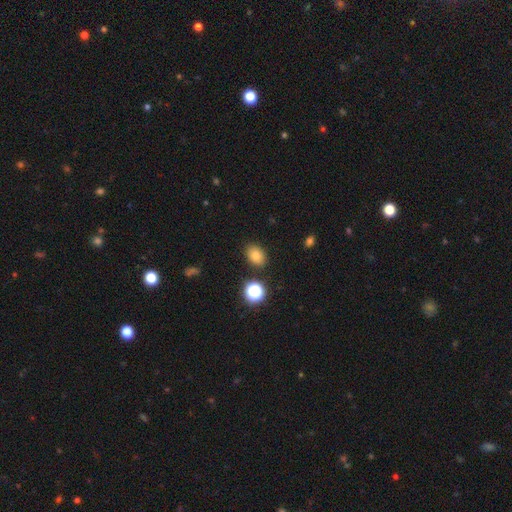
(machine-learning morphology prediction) Q: Smooth or featured?
A: smooth (78%); runner-up: star or artifact (14%)
Q: How rounded?
A: in between (70%); runner-up: round (29%)
Q: Merging?
A: none (86%); runner-up: minor disturbance (9%)